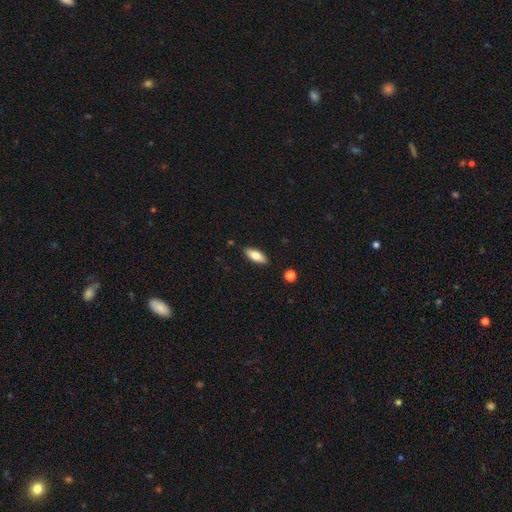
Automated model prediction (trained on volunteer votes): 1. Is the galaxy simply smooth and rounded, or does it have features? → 73% smooth, 21% featured or disk, 6% star or artifact.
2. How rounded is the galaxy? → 77% in between, 20% cigar-shaped, 2% round.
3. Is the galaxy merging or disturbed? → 87% none, 9% minor disturbance, 2% major disturbance, 2% merger.